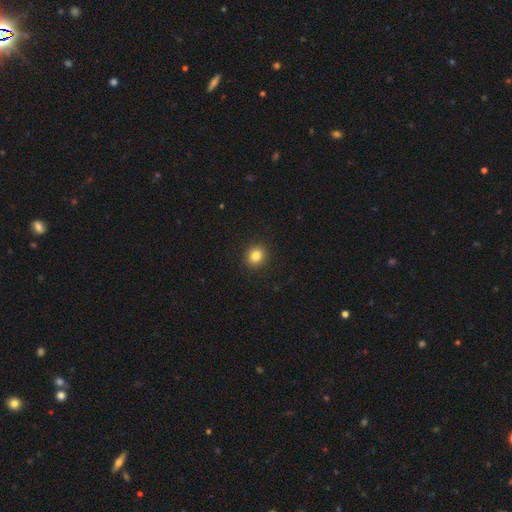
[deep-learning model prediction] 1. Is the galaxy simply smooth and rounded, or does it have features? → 83% smooth, 11% star or artifact, 5% featured or disk.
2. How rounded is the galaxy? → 82% round, 17% in between, 1% cigar-shaped.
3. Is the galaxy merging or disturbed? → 92% none, 6% minor disturbance, 2% major disturbance, 1% merger.